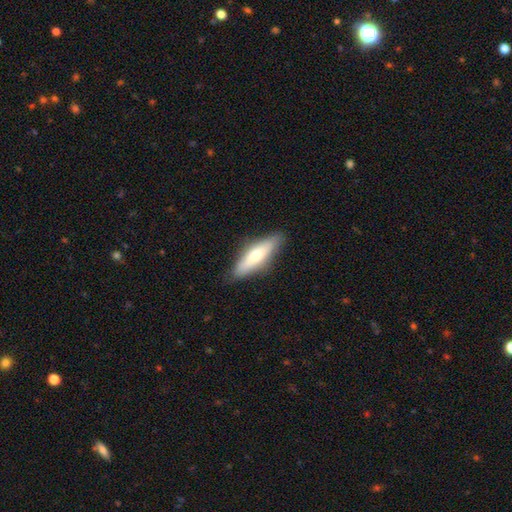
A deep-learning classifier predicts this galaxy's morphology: smooth 57%, featured or disk 37%, star or artifact 6%. Down the decision tree: how rounded — cigar-shaped (60%); merging — none (84%).